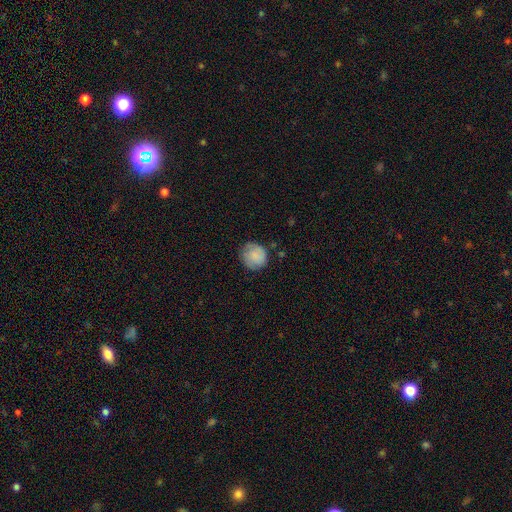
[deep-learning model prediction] A smooth galaxy with no disk features (77%) that is round (87%).

Vote fractions:
- Smooth or featured? smooth: 77% / featured or disk: 15% / star or artifact: 7%
- How rounded? round: 87% / in between: 12% / cigar-shaped: 1%
- Merging? none: 75% / minor disturbance: 19% / major disturbance: 5% / merger: 2%